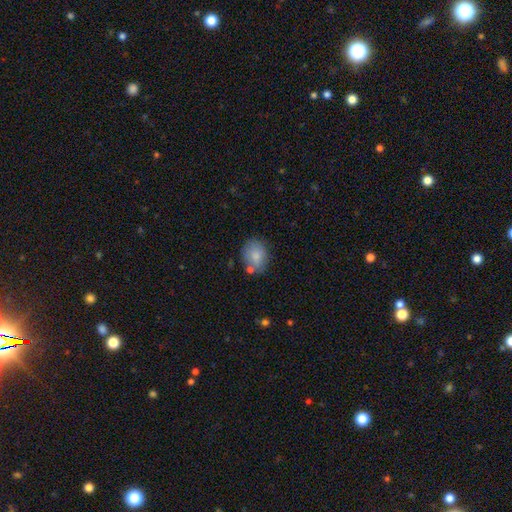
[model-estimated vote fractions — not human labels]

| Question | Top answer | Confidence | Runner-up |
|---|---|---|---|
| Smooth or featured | smooth | 83% | featured or disk (9%) |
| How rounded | in between | 54% | round (45%) |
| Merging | none | 67% | minor disturbance (18%) |